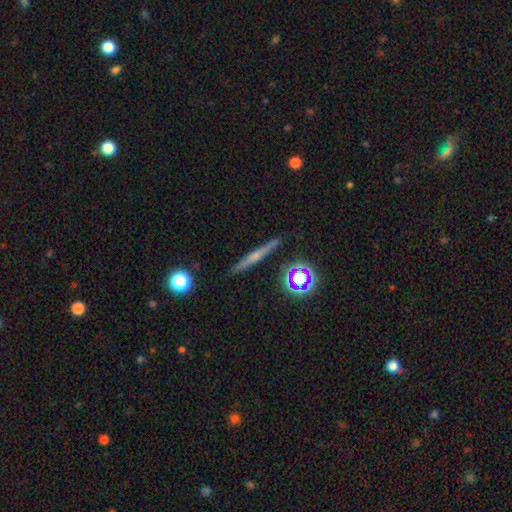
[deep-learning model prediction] Smooth or featured? featured or disk (51%)
Edge-on disk? yes (96%)
Merging? none (89%)